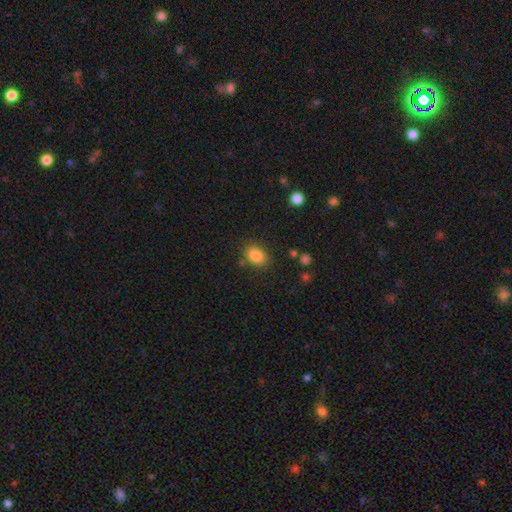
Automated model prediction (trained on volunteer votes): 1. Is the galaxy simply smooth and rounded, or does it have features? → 84% smooth, 10% star or artifact, 6% featured or disk.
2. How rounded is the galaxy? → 60% in between, 39% round, 1% cigar-shaped.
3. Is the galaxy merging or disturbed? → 80% none, 12% minor disturbance, 4% merger, 4% major disturbance.